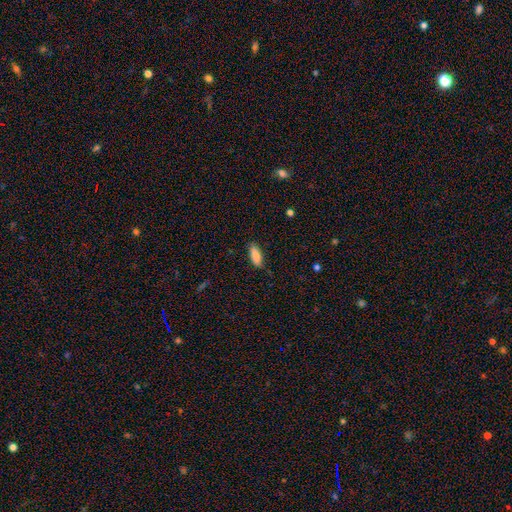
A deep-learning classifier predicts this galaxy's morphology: Smooth or featured: smooth — 86% (featured or disk — 7%)
How rounded: in between — 74% (cigar-shaped — 25%)
Merging: none — 79% (minor disturbance — 17%)